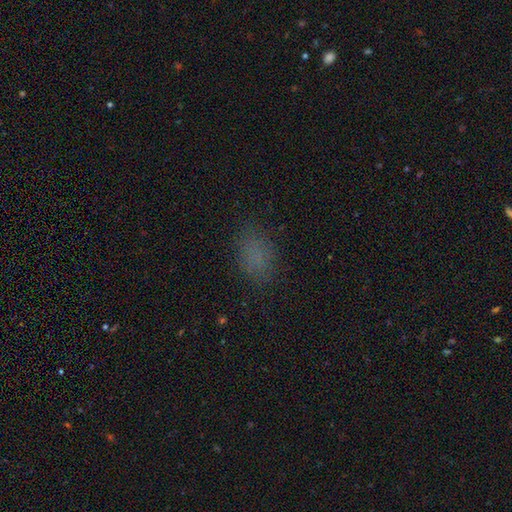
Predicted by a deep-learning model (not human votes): Smooth or featured? Predicted: smooth (p=0.76). How rounded? Predicted: in between (p=0.81). Merging? Predicted: none (p=0.79).